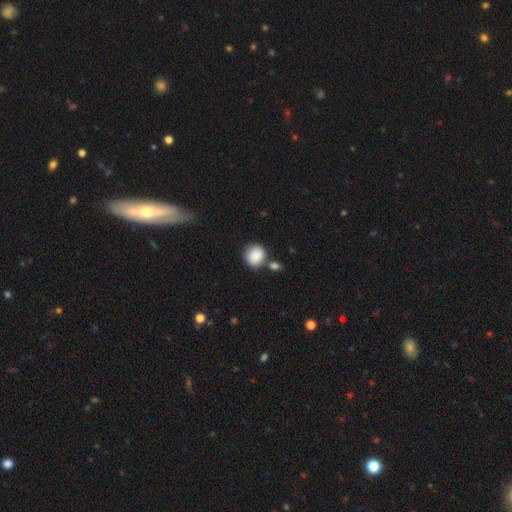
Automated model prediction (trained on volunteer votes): Morphology: type=smooth (84%); roundness=round (87%); merging=none (65%).